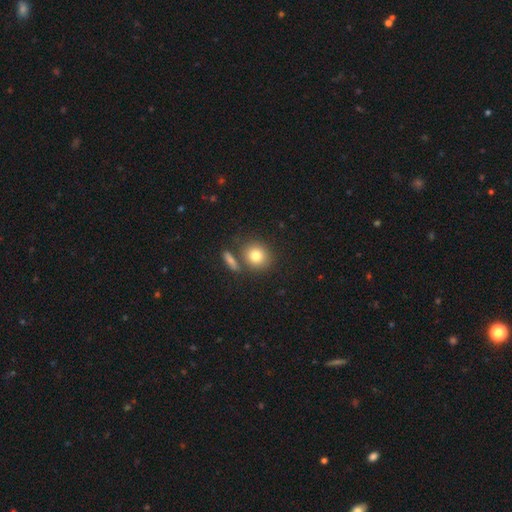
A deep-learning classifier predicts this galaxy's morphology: A smooth galaxy with no disk features (80%) that is round (80%).

Vote fractions:
- Smooth or featured? smooth: 80% / featured or disk: 11% / star or artifact: 9%
- How rounded? round: 80% / in between: 19% / cigar-shaped: 1%
- Merging? none: 70% / merger: 16% / minor disturbance: 10% / major disturbance: 4%